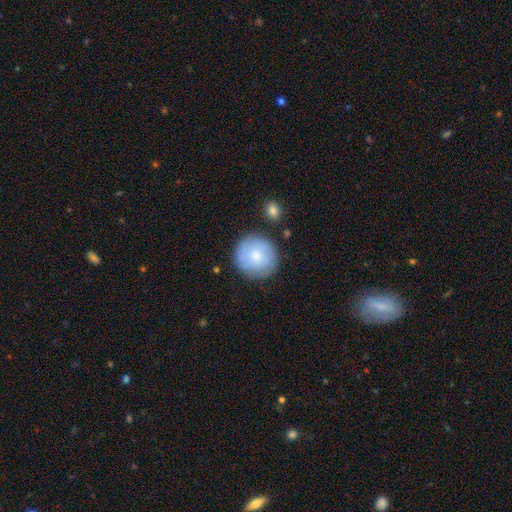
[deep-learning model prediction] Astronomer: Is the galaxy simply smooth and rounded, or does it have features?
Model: smooth — 67%.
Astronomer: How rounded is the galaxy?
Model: round — 93%.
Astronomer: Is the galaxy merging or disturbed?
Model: none — 81%.